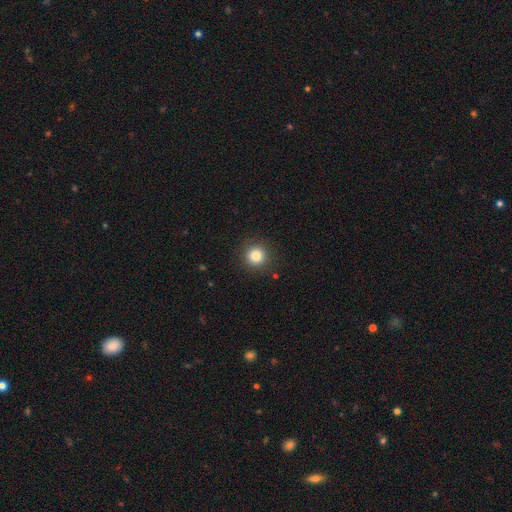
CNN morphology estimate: A smooth galaxy with no disk features (83%) that is round (95%).

Vote fractions:
- Smooth or featured? smooth: 83% / star or artifact: 11% / featured or disk: 6%
- How rounded? round: 95% / in between: 4% / cigar-shaped: 1%
- Merging? none: 90% / minor disturbance: 7% / major disturbance: 3% / merger: 1%